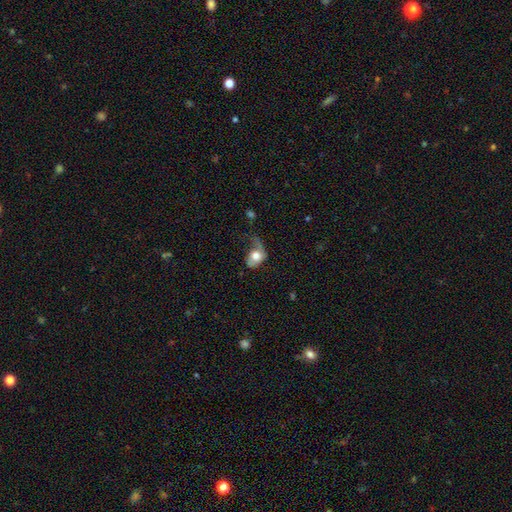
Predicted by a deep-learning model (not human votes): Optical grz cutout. It shows a smooth galaxy with no disk features (58%) that is in between round and cigar-shaped (69%). Merging: major disturbance (51%).